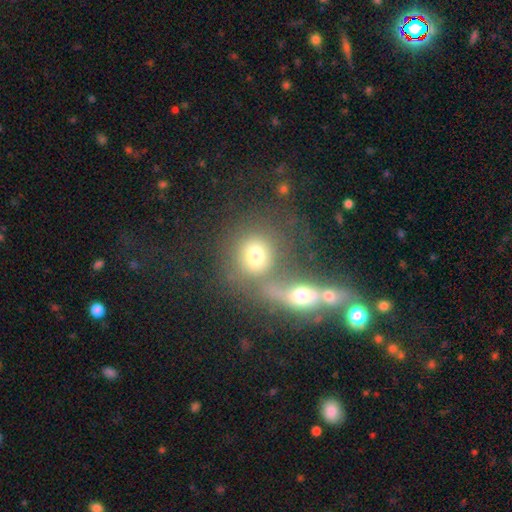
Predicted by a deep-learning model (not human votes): Smooth or featured? Predicted: smooth (p=0.69). How rounded? Predicted: round (p=0.77). Merging? Predicted: merger (p=0.50).